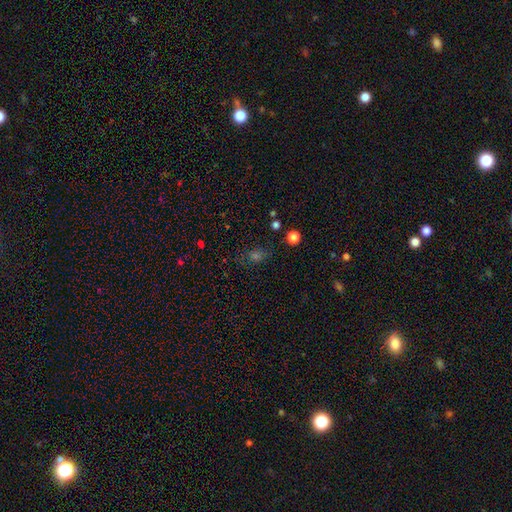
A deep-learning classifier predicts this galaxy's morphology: type=smooth (49%); merging=none (75%).